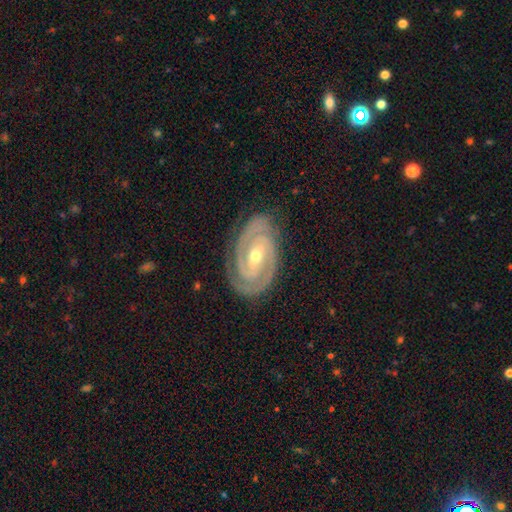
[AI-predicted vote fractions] This is clearly a featured or disk galaxy (92%). It is clearly not viewed edge-on (97%). Bar: marginally weak (37%). Spiral arm pattern: clearly yes (98%). Spiral arm count: clearly 2 (85%). Spiral winding: likely tight (80%). Central bulge: possibly moderate (50%). Merging: clearly none (84%).